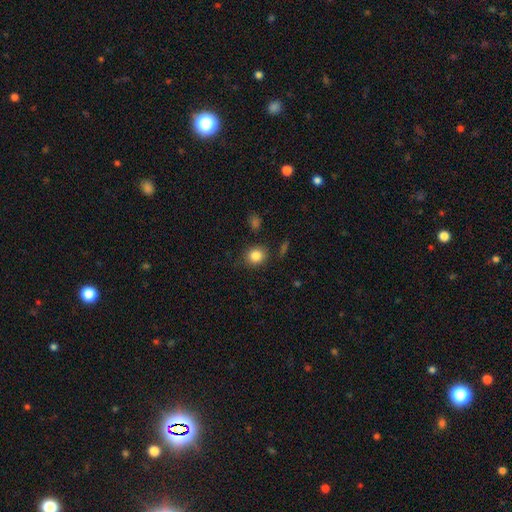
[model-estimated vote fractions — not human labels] A smooth galaxy with no disk features (85%) that is round (79%). Merging: none (84%).